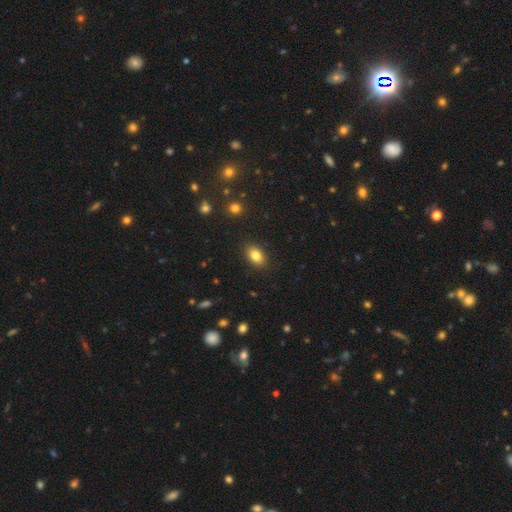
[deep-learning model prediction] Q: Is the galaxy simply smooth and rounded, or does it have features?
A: smooth — 83%.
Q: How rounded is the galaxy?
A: in between — 87%.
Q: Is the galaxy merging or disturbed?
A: none — 88%.